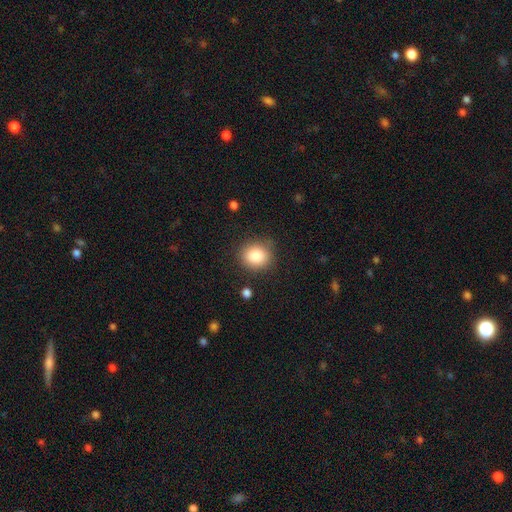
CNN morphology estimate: A smooth galaxy with no disk features (85%) that is round (81%). Merging: none (83%).